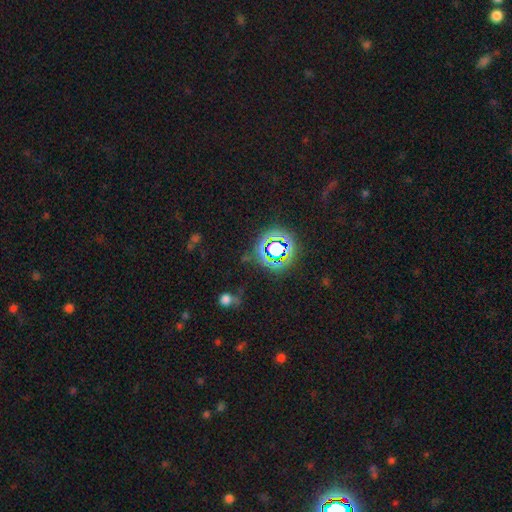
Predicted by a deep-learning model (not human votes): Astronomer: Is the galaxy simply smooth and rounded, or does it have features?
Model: star or artifact — 74%.